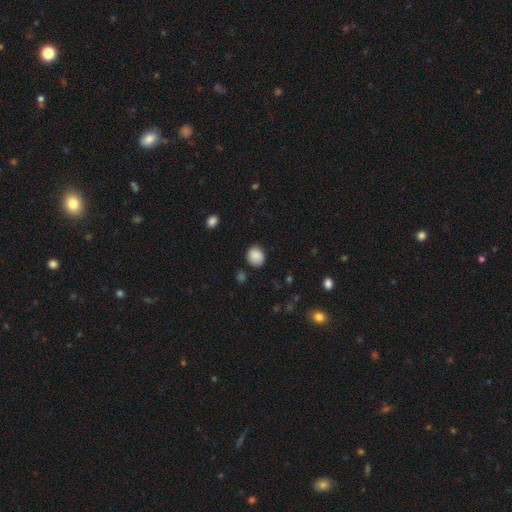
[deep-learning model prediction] This is clearly a smooth galaxy (87%). How rounded: likely round (76%). Merging: clearly none (81%).